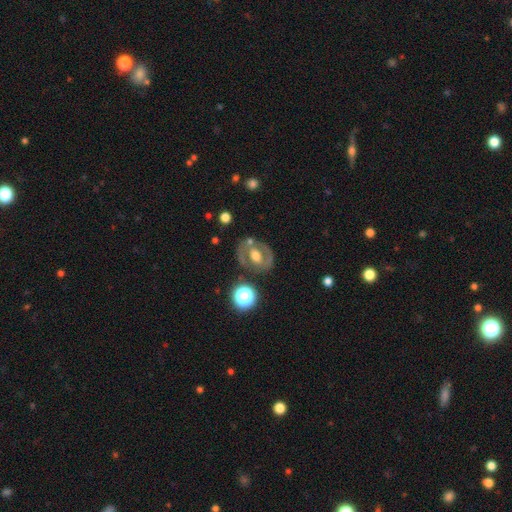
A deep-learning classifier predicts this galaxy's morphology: featured or disk 59%, smooth 32%, star or artifact 8%. Down the decision tree: edge-on disk — no (94%); bar — no (54%); spiral arms — no (68%); bulge size — moderate (62%); merging — none (72%).